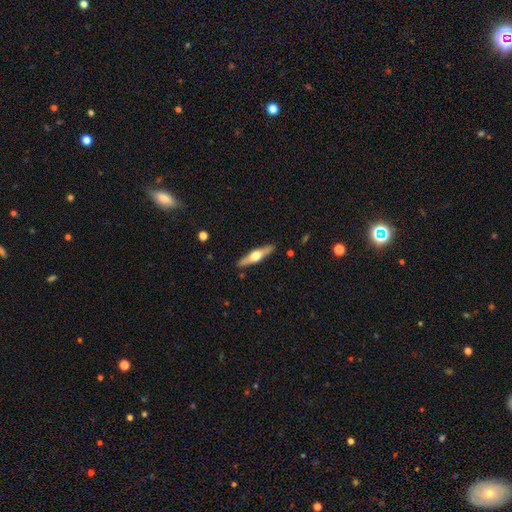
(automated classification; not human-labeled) featured or disk 65%, smooth 30%, star or artifact 5%. Down the decision tree: edge-on disk — yes (96%); edge-on bulge — rounded (94%); merging — none (89%).